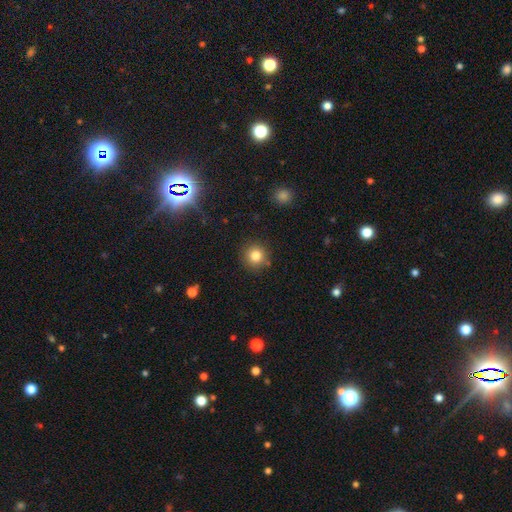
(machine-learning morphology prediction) Smooth or featured? Predicted: smooth (p=0.81). How rounded? Predicted: round (p=0.93). Merging? Predicted: none (p=0.87).